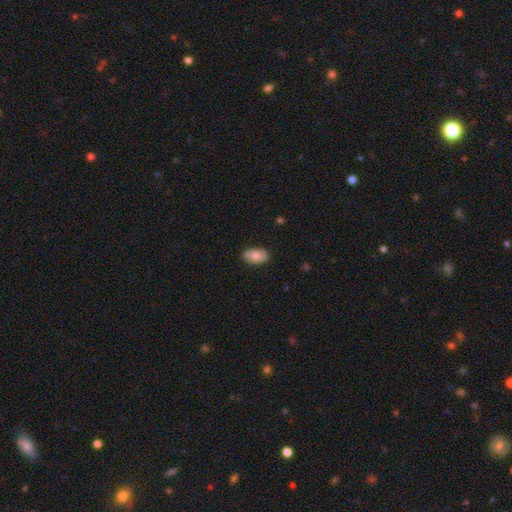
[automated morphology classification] Smooth or featured? Predicted: smooth (p=0.74). How rounded? Predicted: in between (p=0.92). Merging? Predicted: none (p=0.84).